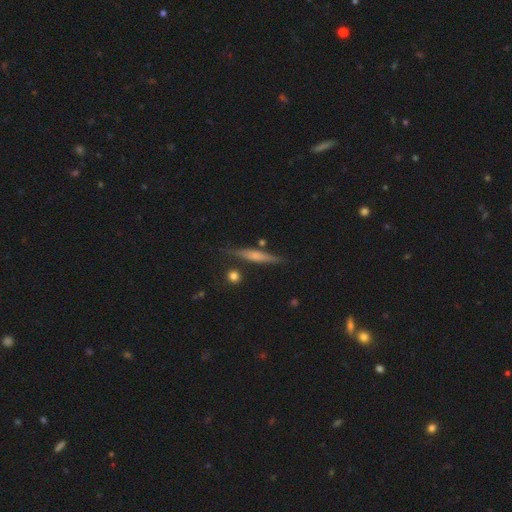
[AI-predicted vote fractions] smooth_or_featured: featured or disk (p=0.47) [alt: smooth p=0.46]
merging: none (p=0.81) [alt: minor disturbance p=0.12]